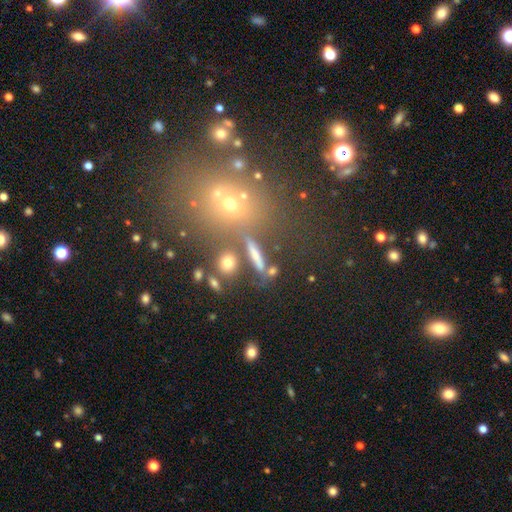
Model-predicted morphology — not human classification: Smooth or featured?
  - smooth: 63% *
  - featured or disk: 21%
  - star or artifact: 17%
How rounded?
  - cigar-shaped: 53% *
  - in between: 26%
  - round: 21%
Merging?
  - none: 70% *
  - merger: 13%
  - minor disturbance: 11%
  - major disturbance: 6%